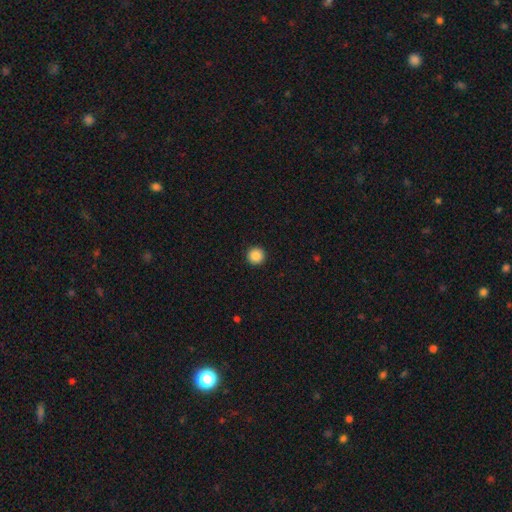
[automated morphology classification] smooth-or-featured: smooth: 87% | star or artifact: 9% | featured or disk: 3%
  how-rounded: round: 96% | in between: 3% | cigar-shaped: 1%
  merging: none: 94% | minor disturbance: 4% | major disturbance: 2% | merger: 1%